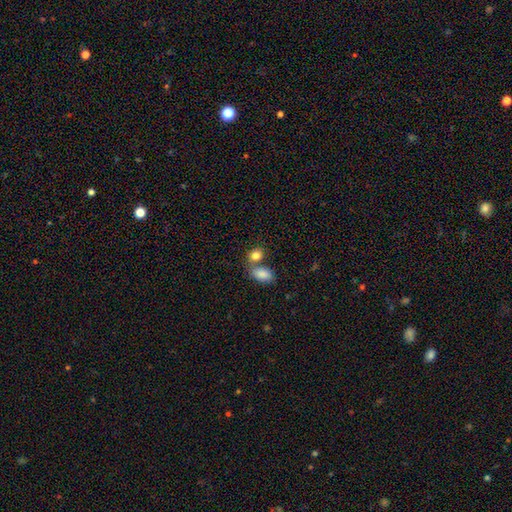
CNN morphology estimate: Overall: smooth (84%). How rounded: in between (67%; round 31%). Merging: none (44%; merger 43%).